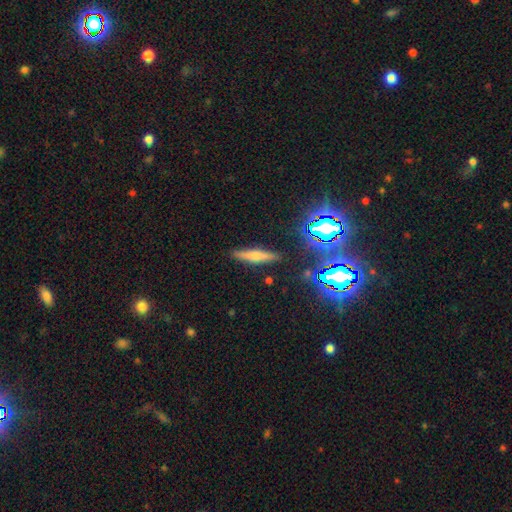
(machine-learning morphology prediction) A smooth galaxy with no disk features (49%). Merging: none (88%).